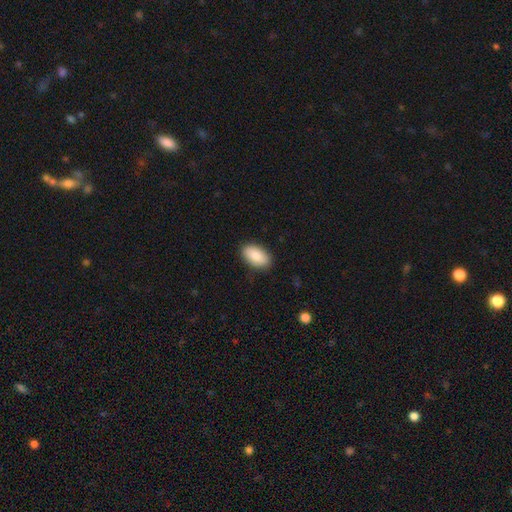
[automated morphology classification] The model was most divided on "smooth or featured": smooth: 85%, featured or disk: 9%, star or artifact: 6%. More confident: how rounded — in between (94%); merging — none (88%).